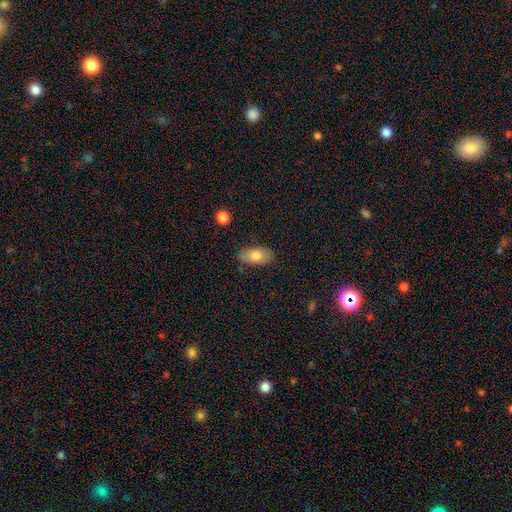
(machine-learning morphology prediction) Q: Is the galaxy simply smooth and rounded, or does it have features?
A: smooth — 77%.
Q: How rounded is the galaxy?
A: in between — 92%.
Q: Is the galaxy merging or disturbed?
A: none — 82%.